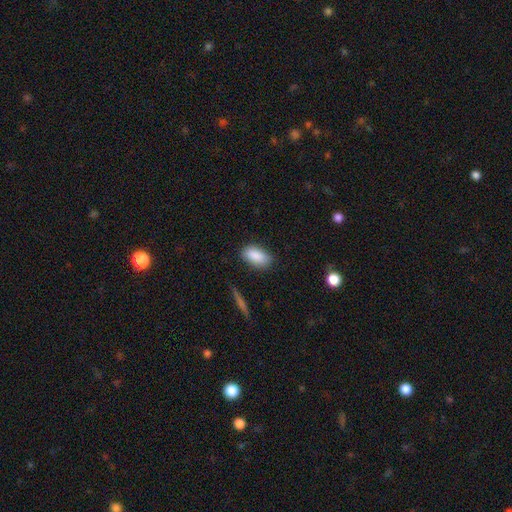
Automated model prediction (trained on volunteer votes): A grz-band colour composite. It shows a smooth galaxy with no disk features (88%) that is in between round and cigar-shaped (91%). Merging: none (82%).